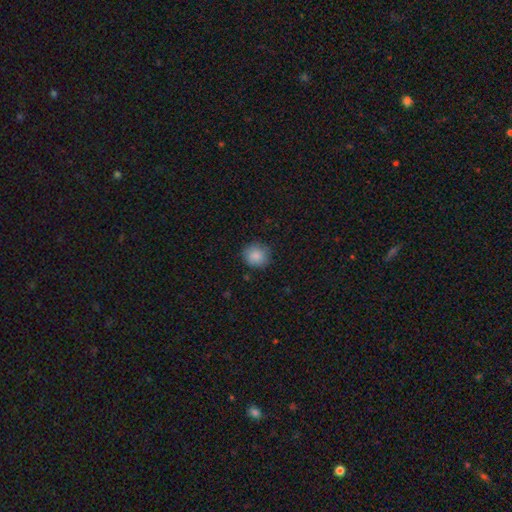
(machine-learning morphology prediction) A smooth galaxy with no disk features (87%) that is round (87%).

Vote fractions:
- Smooth or featured? smooth: 87% / star or artifact: 9% / featured or disk: 4%
- How rounded? round: 87% / in between: 12% / cigar-shaped: 1%
- Merging? none: 85% / minor disturbance: 12% / major disturbance: 3% / merger: 1%